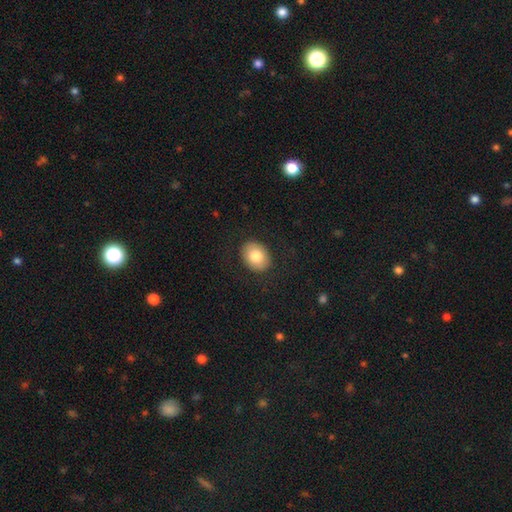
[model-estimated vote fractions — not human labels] smooth-or-featured: smooth: 81% | featured or disk: 11% | star or artifact: 7%
  how-rounded: in between: 60% | round: 39% | cigar-shaped: 1%
  merging: none: 88% | minor disturbance: 8% | major disturbance: 3% | merger: 1%